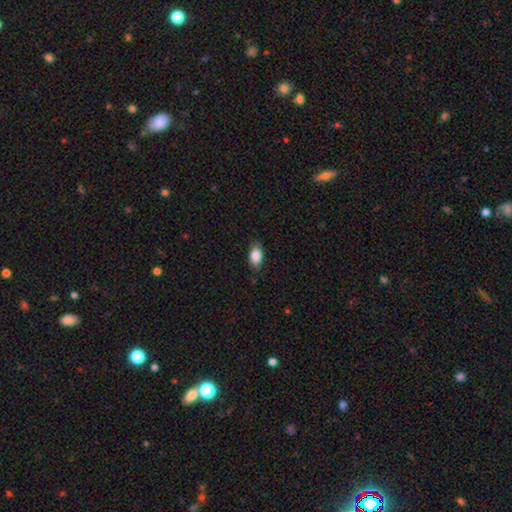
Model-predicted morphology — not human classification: A smooth galaxy with no disk features (86%) that is in between round and cigar-shaped (88%).

Vote fractions:
- Smooth or featured? smooth: 86% / star or artifact: 7% / featured or disk: 7%
- How rounded? in between: 88% / round: 9% / cigar-shaped: 3%
- Merging? none: 81% / minor disturbance: 15% / major disturbance: 3% / merger: 1%